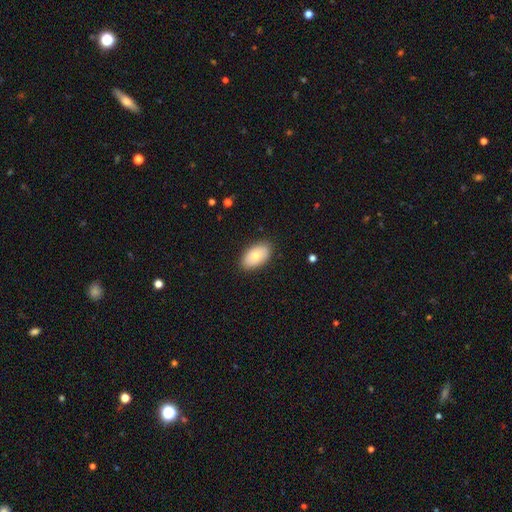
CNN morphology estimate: The model was most divided on "smooth or featured": smooth: 76%, featured or disk: 17%, star or artifact: 6%. More confident: how rounded — in between (94%); merging — none (87%).